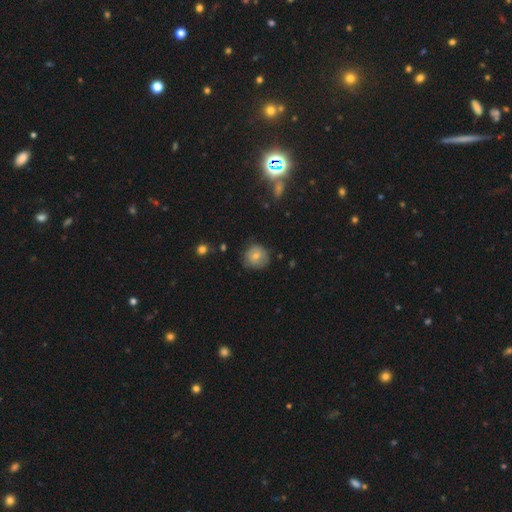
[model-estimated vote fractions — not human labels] Smooth or featured? Predicted: smooth (p=0.65). How rounded? Predicted: round (p=0.86). Merging? Predicted: none (p=0.68).